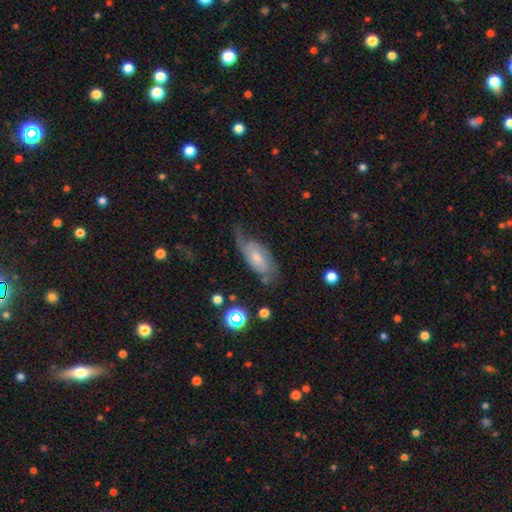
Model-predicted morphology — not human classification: type=featured or disk (69%); edge-on=no (90%); bar=no (56%); spiral arms=yes (91%); winding=medium (42%); arm count=2 (62%); bulge=small (46%); merging=none (57%).